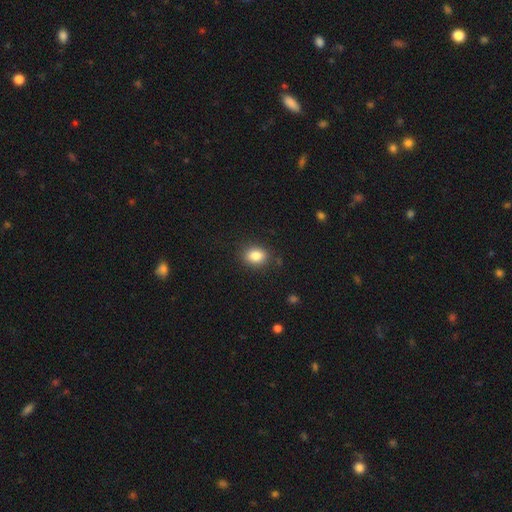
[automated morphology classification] This appears to be a smooth galaxy with no disk features (84%) that is in between round and cigar-shaped (57%). Merging: none (86%).